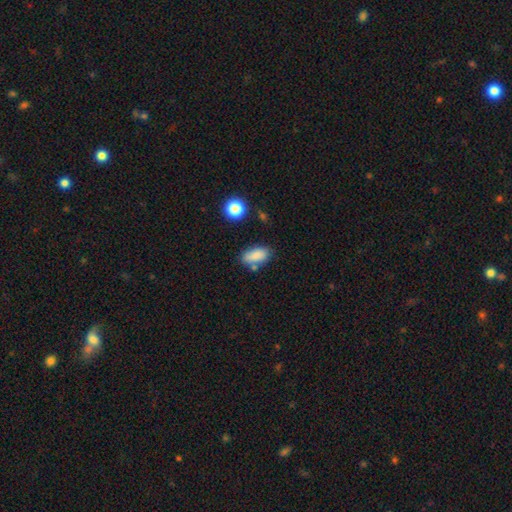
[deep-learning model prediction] A smooth galaxy with no disk features (84%) that is in between round and cigar-shaped (87%).

Vote fractions:
- Smooth or featured? smooth: 84% / star or artifact: 9% / featured or disk: 7%
- How rounded? in between: 87% / cigar-shaped: 9% / round: 4%
- Merging? none: 67% / minor disturbance: 18% / merger: 10% / major disturbance: 5%